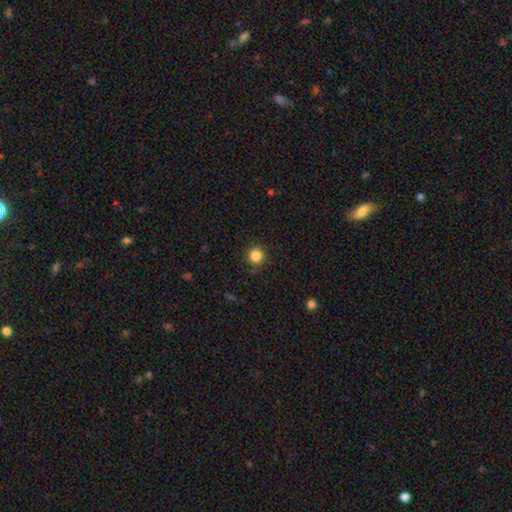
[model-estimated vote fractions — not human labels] smooth_or_featured: smooth (p=0.84) [alt: star or artifact p=0.12]
how_rounded: round (p=0.94) [alt: in between p=0.05]
merging: none (p=0.90) [alt: minor disturbance p=0.07]